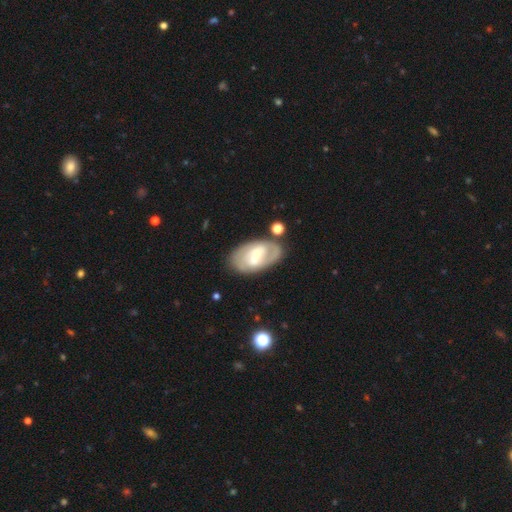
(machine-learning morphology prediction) The model was most divided on "bar": weak: 44%, strong: 42%, no: 15%. Remaining: edge-on disk — no (94%); spiral arms — yes (70%); merging — none (69%); smooth or featured — featured or disk (65%); bulge size — moderate (37%).